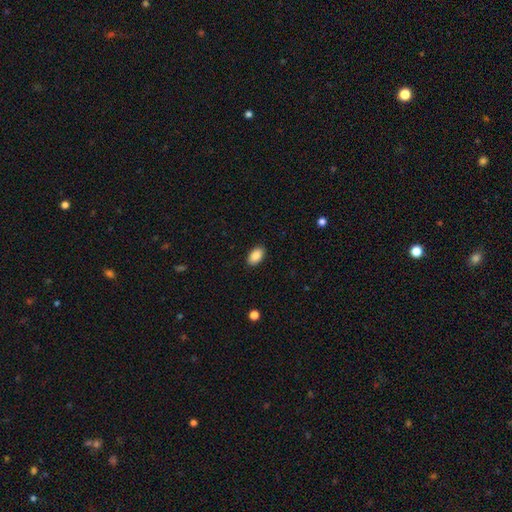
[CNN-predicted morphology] Smooth or featured? Predicted: smooth (p=0.89). How rounded? Predicted: in between (p=0.93). Merging? Predicted: none (p=0.89).